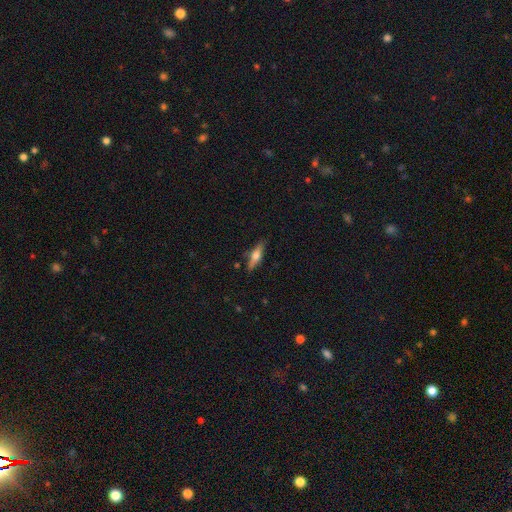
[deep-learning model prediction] Smooth or featured? Predicted: featured or disk (p=0.53). Edge-on disk? Predicted: yes (p=0.93). Merging? Predicted: none (p=0.81).